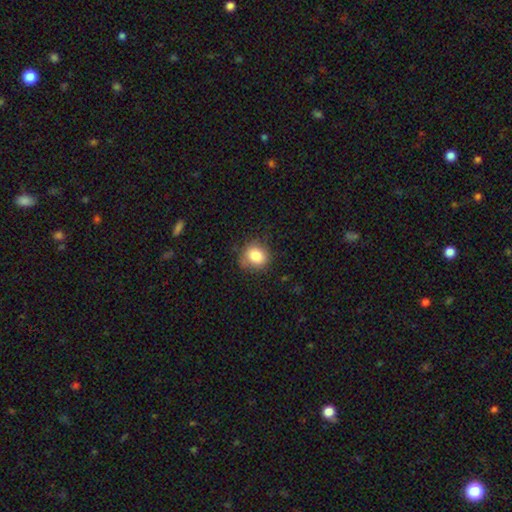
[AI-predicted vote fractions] smooth_or_featured: smooth (p=0.84) [alt: star or artifact p=0.10]
how_rounded: round (p=0.74) [alt: in between p=0.25]
merging: none (p=0.73) [alt: minor disturbance p=0.20]